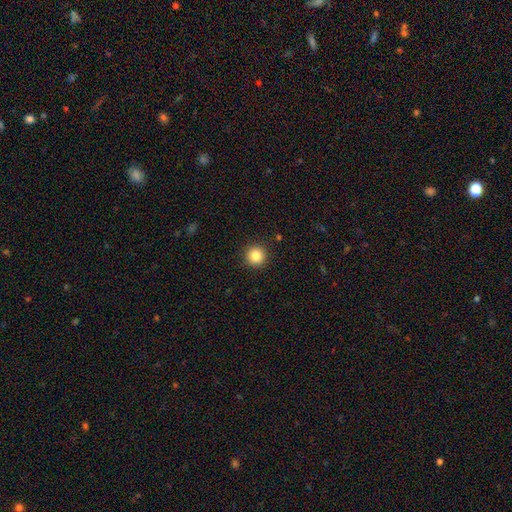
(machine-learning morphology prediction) smooth 85%, star or artifact 10%, featured or disk 5%. Down the decision tree: how rounded — round (95%); merging — none (92%).